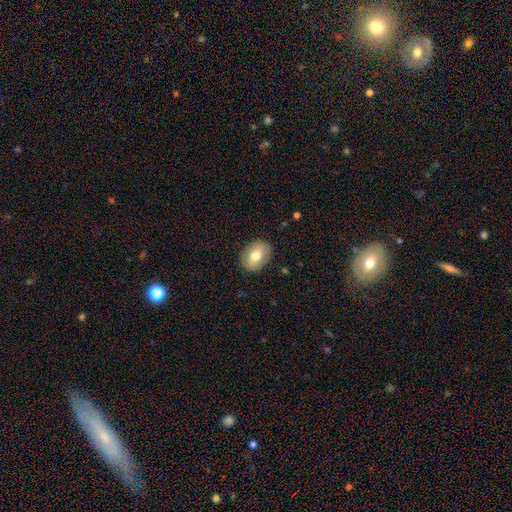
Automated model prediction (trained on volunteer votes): Smooth or featured?
  - smooth: 73% *
  - featured or disk: 20%
  - star or artifact: 7%
How rounded?
  - in between: 73% *
  - round: 26%
  - cigar-shaped: 1%
Merging?
  - none: 88% *
  - minor disturbance: 9%
  - major disturbance: 2%
  - merger: 1%